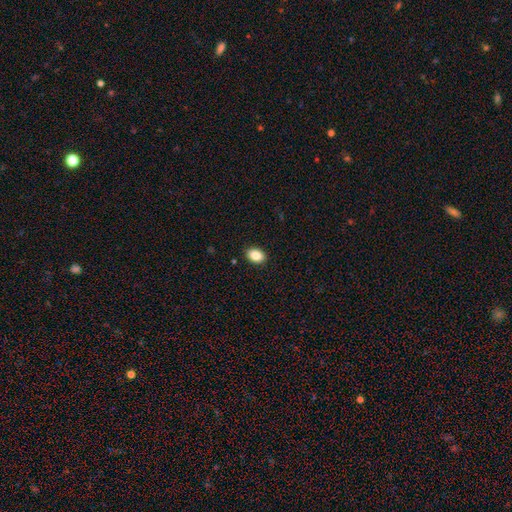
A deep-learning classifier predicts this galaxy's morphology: A smooth galaxy with no disk features (86%) that is in between round and cigar-shaped (82%). Merging: none (90%).